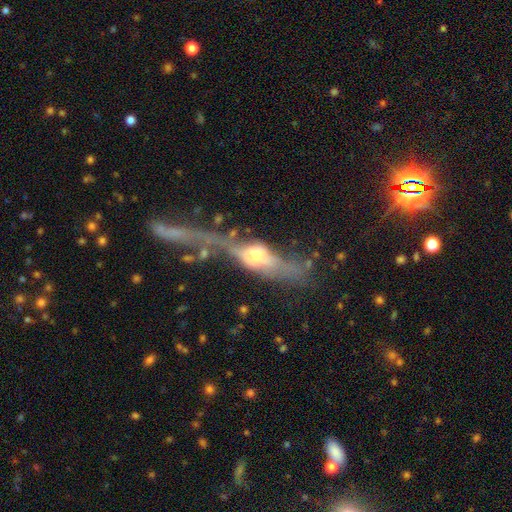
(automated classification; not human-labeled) Smooth or featured? Predicted: featured or disk (p=0.73). Edge-on disk? Predicted: yes (p=0.78). Edge-on bulge? Predicted: rounded (p=0.87). Merging? Predicted: none (p=0.36).